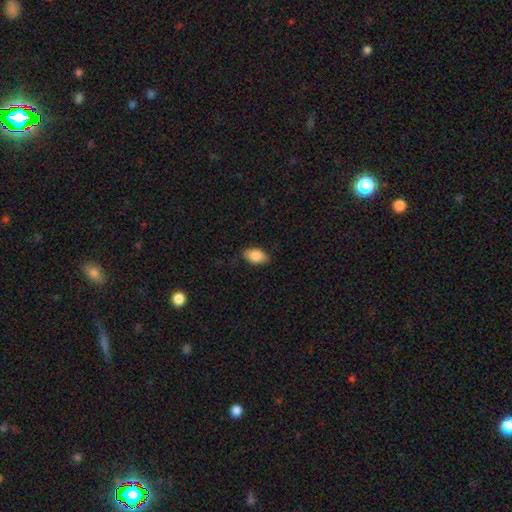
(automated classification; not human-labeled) smooth-or-featured: smooth: 85% | featured or disk: 8% | star or artifact: 7%
  how-rounded: in between: 90% | round: 8% | cigar-shaped: 2%
  merging: none: 83% | minor disturbance: 14% | major disturbance: 3% | merger: 1%